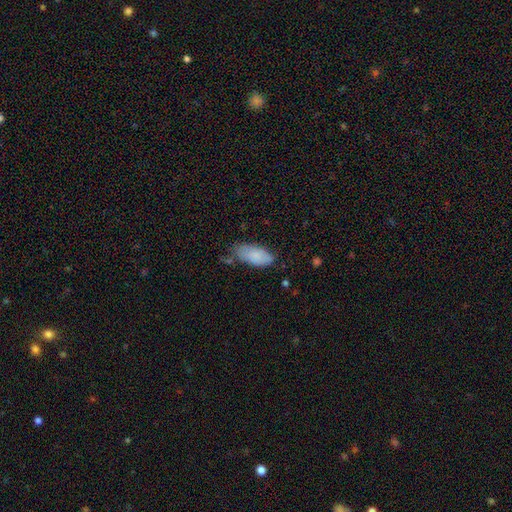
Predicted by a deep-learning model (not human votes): Overall: smooth (83%). How rounded: in between (91%). Merging: none (53%; minor disturbance 34%).